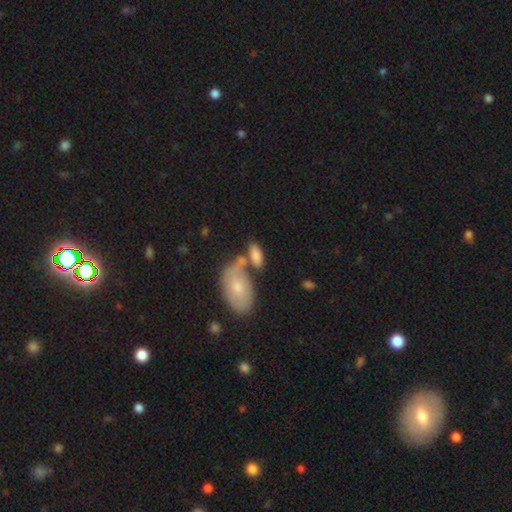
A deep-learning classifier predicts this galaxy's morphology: Smooth or featured: smooth — 78% (featured or disk — 15%)
How rounded: in between — 89% (cigar-shaped — 8%)
Merging: none — 44% (merger — 34%)